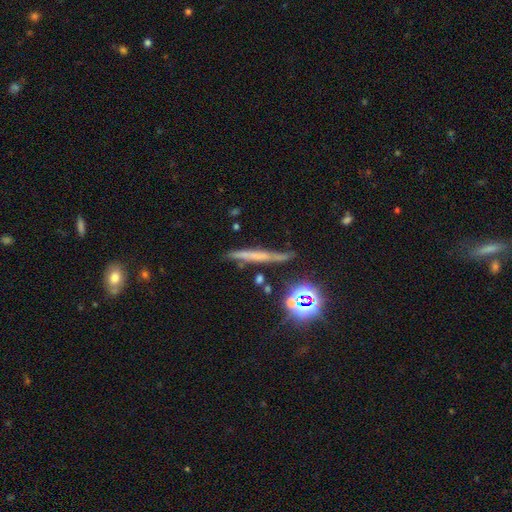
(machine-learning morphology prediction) A smooth galaxy with no disk features (39%, tied with featured or disk).

Vote fractions:
- Smooth or featured? smooth: 39% (tied) / featured or disk: 39% (tied) / star or artifact: 22%
- Merging? none: 72% / minor disturbance: 18% / major disturbance: 5% / merger: 4%